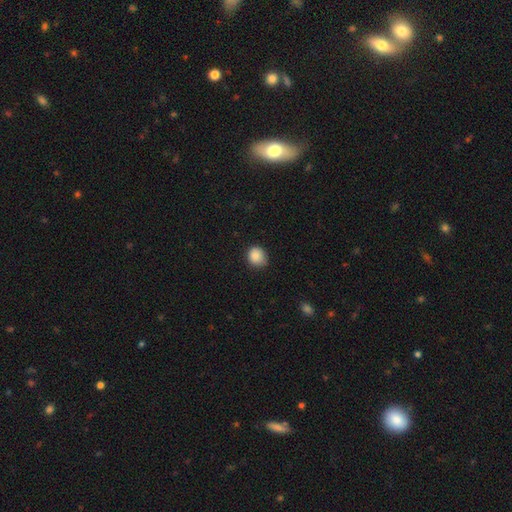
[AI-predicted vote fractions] Smooth or featured? Predicted: smooth (p=0.87). How rounded? Predicted: round (p=0.75). Merging? Predicted: none (p=0.74).